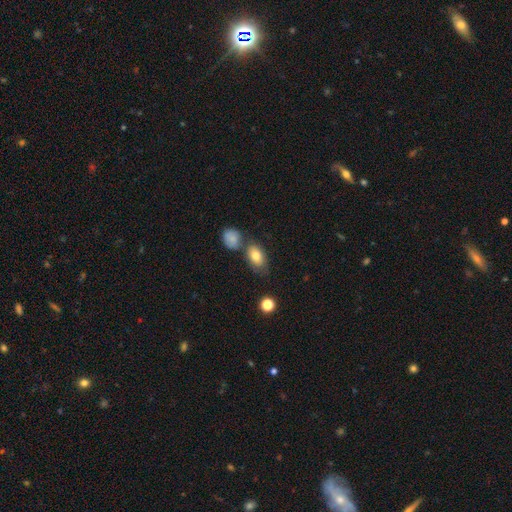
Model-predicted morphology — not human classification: This is likely a smooth galaxy (79%). How rounded: clearly in between (87%). Merging: possibly none (57%).